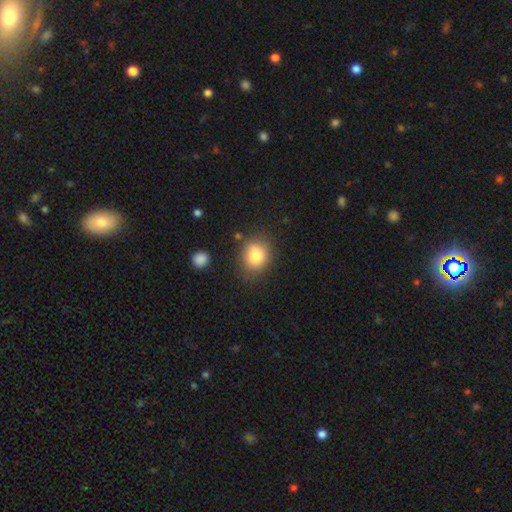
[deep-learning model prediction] This appears to be a smooth galaxy with no disk features (80%) that is round (66%). Merging: none (78%).